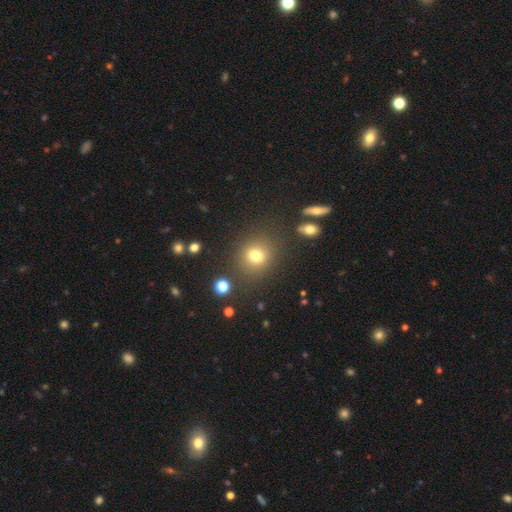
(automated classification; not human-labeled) smooth-or-featured: smooth: 75% | star or artifact: 17% | featured or disk: 8%
  how-rounded: round: 78% | in between: 20% | cigar-shaped: 1%
  merging: none: 83% | minor disturbance: 10% | major disturbance: 4% | merger: 4%